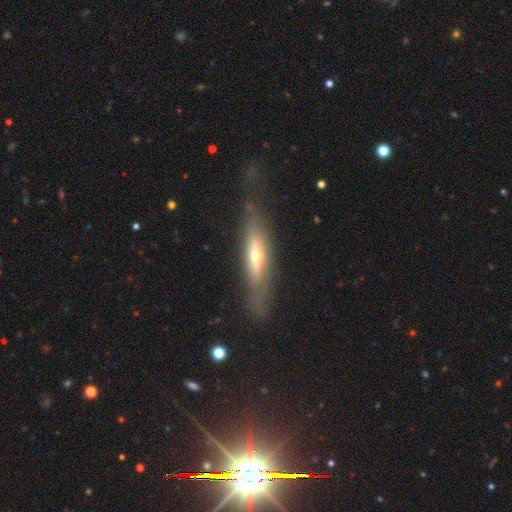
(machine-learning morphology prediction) smooth-or-featured: featured or disk: 61% | smooth: 31% | star or artifact: 7%
  disk-edge-on: yes: 78% | no: 22%
  merging: none: 64% | minor disturbance: 21% | major disturbance: 13% | merger: 2%